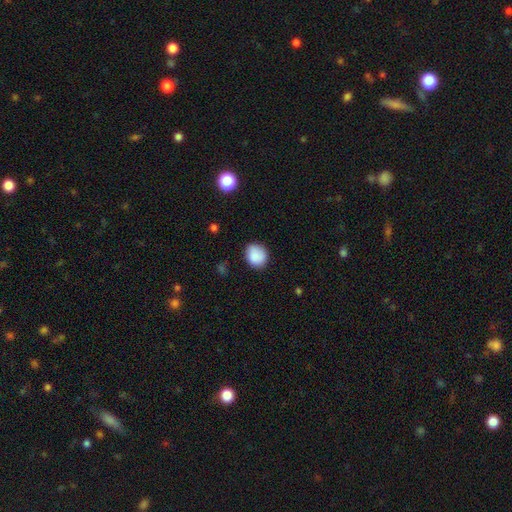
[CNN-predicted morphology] type=smooth (88%); roundness=round (66%); merging=none (79%).